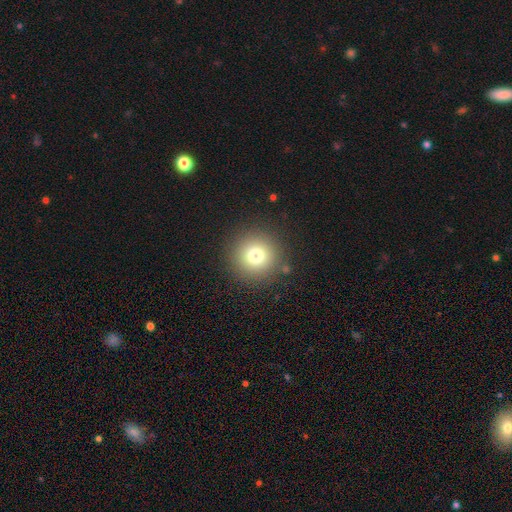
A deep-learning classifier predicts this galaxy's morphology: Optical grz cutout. It shows a smooth galaxy with no disk features (77%) that is round (96%). Merging: none (89%).